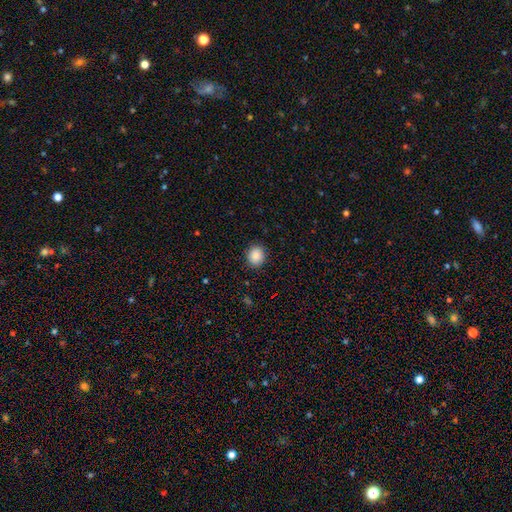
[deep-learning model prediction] smooth 87%, star or artifact 9%, featured or disk 4%. Down the decision tree: how rounded — round (74%); merging — none (90%).